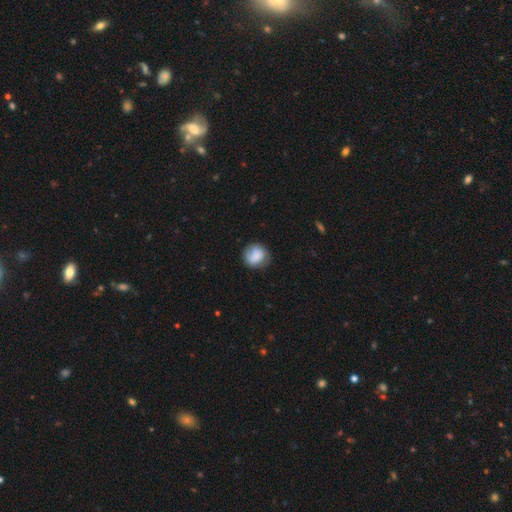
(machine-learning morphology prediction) A smooth galaxy with no disk features (78%) that is round (83%).

Vote fractions:
- Smooth or featured? smooth: 78% / featured or disk: 14% / star or artifact: 7%
- How rounded? round: 83% / in between: 16% / cigar-shaped: 1%
- Merging? none: 72% / minor disturbance: 21% / major disturbance: 6% / merger: 2%